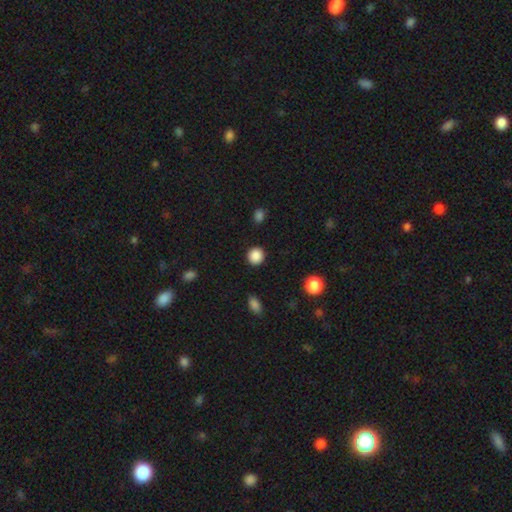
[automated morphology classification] Smooth or featured?
  - smooth: 87% *
  - star or artifact: 10%
  - featured or disk: 3%
How rounded?
  - round: 92% *
  - in between: 7%
  - cigar-shaped: 1%
Merging?
  - none: 91% *
  - minor disturbance: 6%
  - major disturbance: 2%
  - merger: 1%